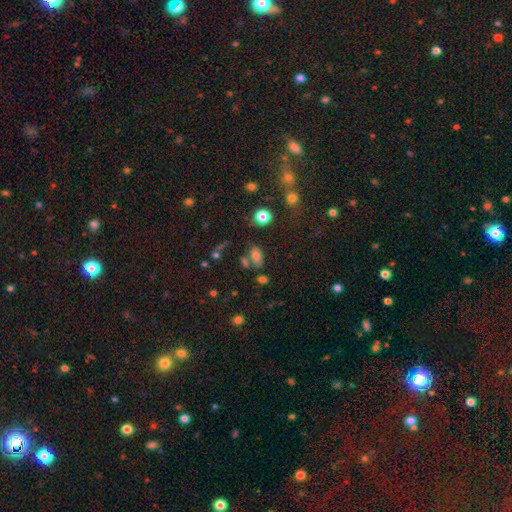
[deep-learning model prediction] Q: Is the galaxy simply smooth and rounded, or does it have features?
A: smooth — 72%.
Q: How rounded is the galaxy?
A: in between — 86%.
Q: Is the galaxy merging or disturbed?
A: none — 59%.